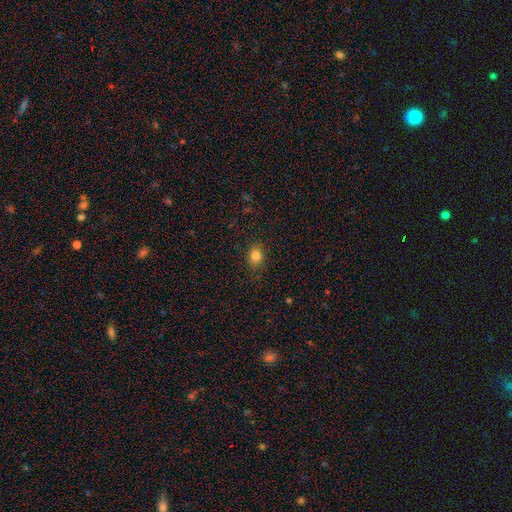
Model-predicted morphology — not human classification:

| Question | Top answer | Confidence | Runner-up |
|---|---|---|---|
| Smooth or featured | smooth | 82% | star or artifact (11%) |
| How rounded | in between | 53% | round (46%) |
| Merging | none | 84% | minor disturbance (12%) |